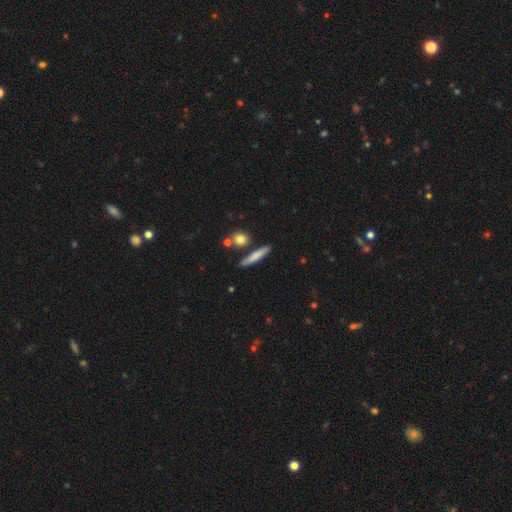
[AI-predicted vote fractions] Morphology: type=smooth (73%); roundness=cigar-shaped (86%); merging=none (82%).